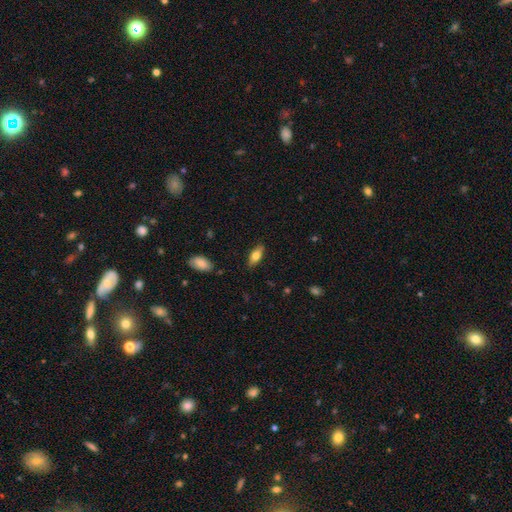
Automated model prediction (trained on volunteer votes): Smooth or featured?
  - smooth: 70% *
  - featured or disk: 23%
  - star or artifact: 7%
How rounded?
  - in between: 76% *
  - cigar-shaped: 21%
  - round: 3%
Merging?
  - none: 85% *
  - minor disturbance: 11%
  - major disturbance: 2%
  - merger: 1%